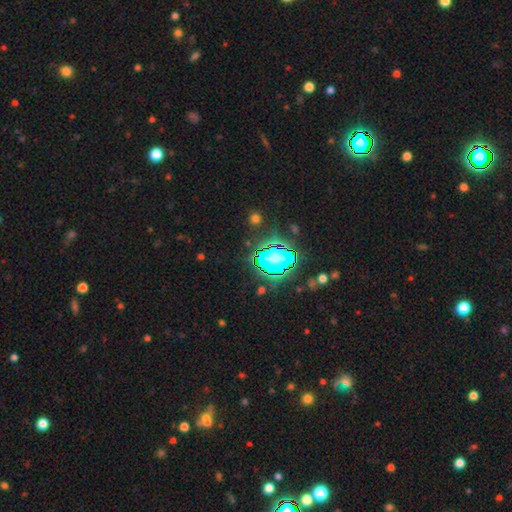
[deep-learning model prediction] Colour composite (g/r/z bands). It shows a star or artifact, not a galaxy (80%).